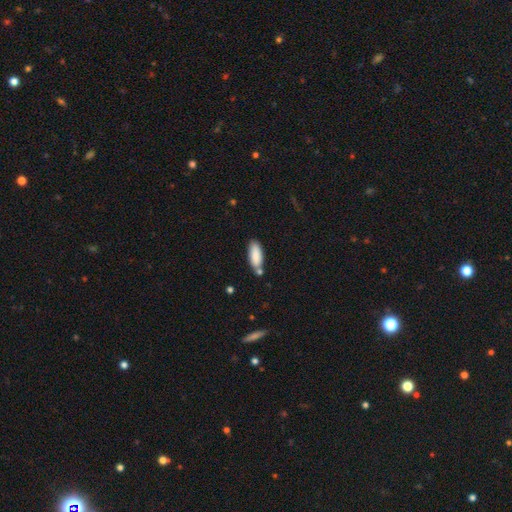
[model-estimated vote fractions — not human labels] smooth-or-featured: smooth: 87% | featured or disk: 7% | star or artifact: 6%
  how-rounded: in between: 76% | cigar-shaped: 23% | round: 2%
  merging: none: 65% | minor disturbance: 16% | merger: 15% | major disturbance: 4%